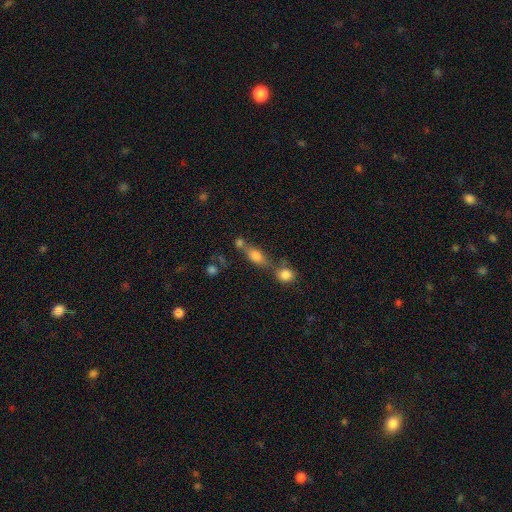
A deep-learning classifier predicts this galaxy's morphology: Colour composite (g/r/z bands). It shows a smooth galaxy with no disk features (72%) that is in between round and cigar-shaped (68%). Merging: none (42%).